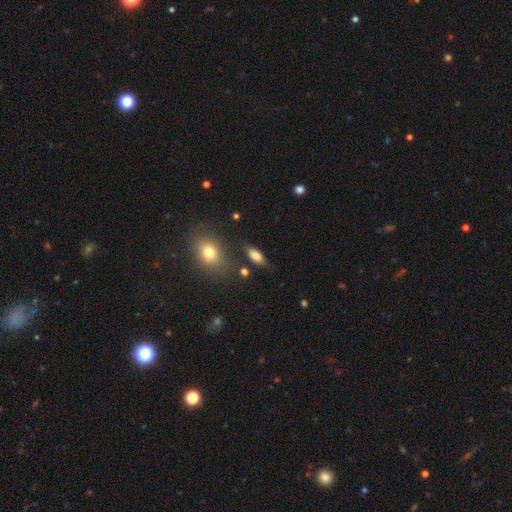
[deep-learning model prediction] Smooth or featured: smooth — 82% (featured or disk — 10%)
How rounded: in between — 84% (cigar-shaped — 10%)
Merging: none — 74% (minor disturbance — 16%)